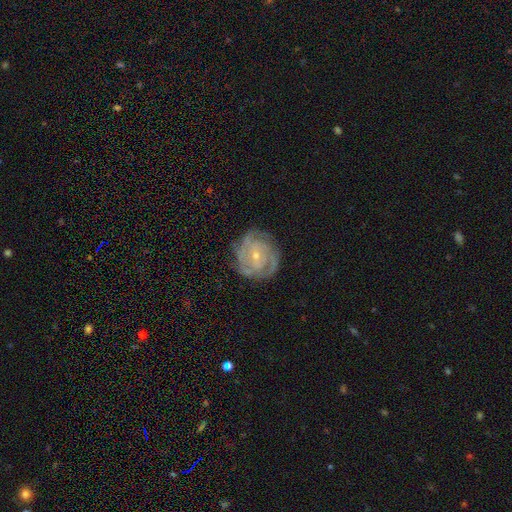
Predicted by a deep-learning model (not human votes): featured or disk 83%, smooth 11%, star or artifact 6%. Down the decision tree: edge-on disk — no (98%); bar — no (64%); spiral arms — yes (94%); spiral arm count — 3 (30%); spiral winding — tight (64%); bulge size — small (70%); merging — none (75%).